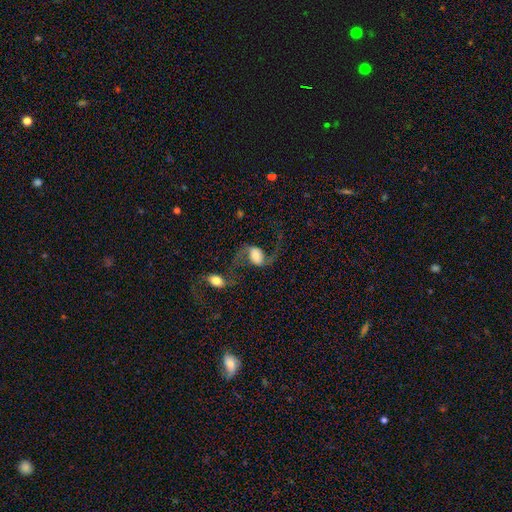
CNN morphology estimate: Overall: featured or disk (75%). Edge-on disk: no (97%). Bar: no (46%; weak 34%). Spiral arms: yes (93%). Spiral arm count: 2 (91%). Spiral winding: loose (80%). Bulge size: moderate (46%; large 23%). Merging: none (46%; major disturbance 21%).